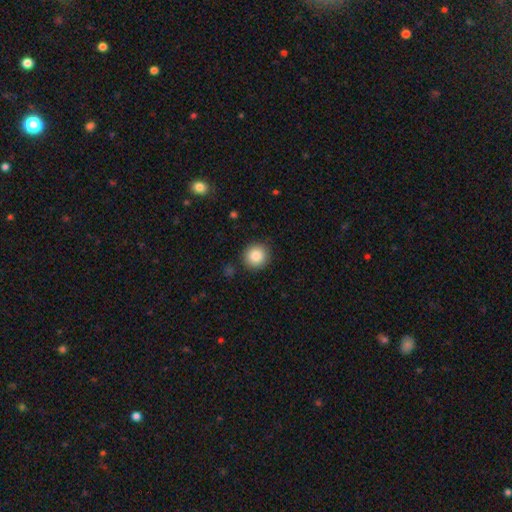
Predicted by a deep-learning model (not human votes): smooth-or-featured: smooth: 86% | star or artifact: 9% | featured or disk: 5%
  how-rounded: round: 92% | in between: 7% | cigar-shaped: 1%
  merging: none: 90% | minor disturbance: 7% | major disturbance: 2% | merger: 1%